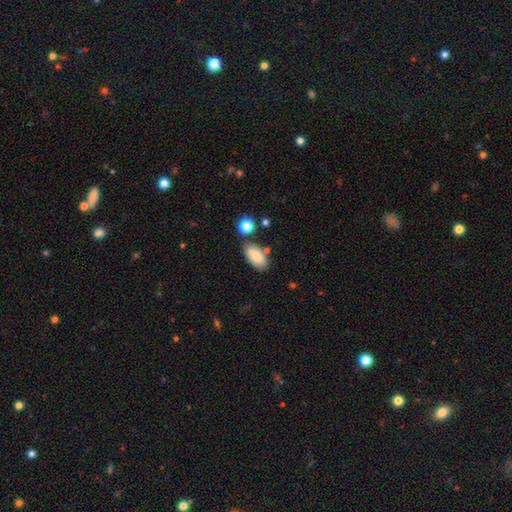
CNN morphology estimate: Smooth or featured?
  - smooth: 84% *
  - featured or disk: 9%
  - star or artifact: 8%
How rounded?
  - in between: 91% *
  - cigar-shaped: 6%
  - round: 3%
Merging?
  - none: 71% *
  - minor disturbance: 16%
  - merger: 9%
  - major disturbance: 4%